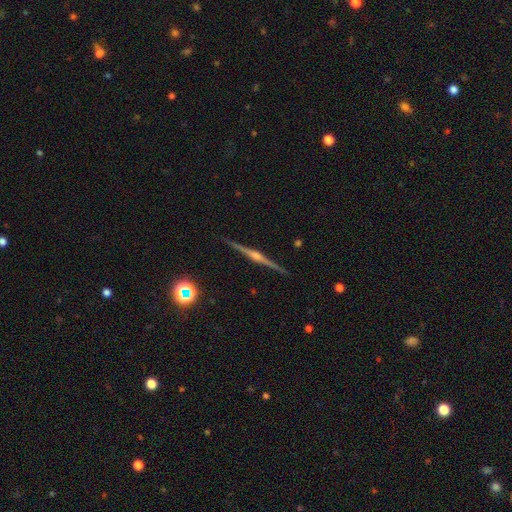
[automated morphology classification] smooth-or-featured: featured or disk: 87% | smooth: 7% | star or artifact: 6%
  disk-edge-on: yes: 99% | no: 1%
    edge-on-bulge: rounded: 88% | boxy: 7% | none: 5%
  merging: none: 92% | minor disturbance: 5% | major disturbance: 1% | merger: 1%